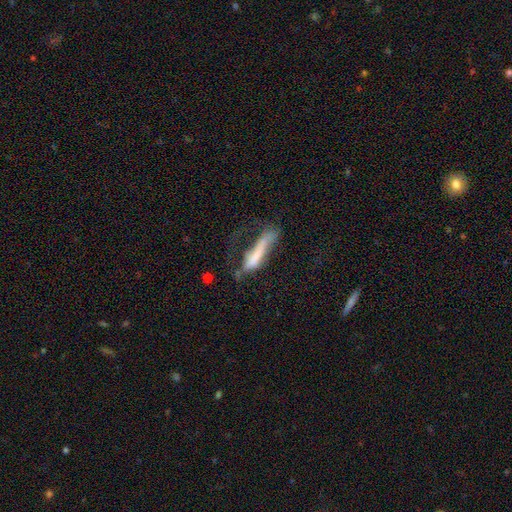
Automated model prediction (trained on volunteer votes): A smooth galaxy with no disk features (55%) that is cigar-shaped (82%). Merging: major disturbance (44%).